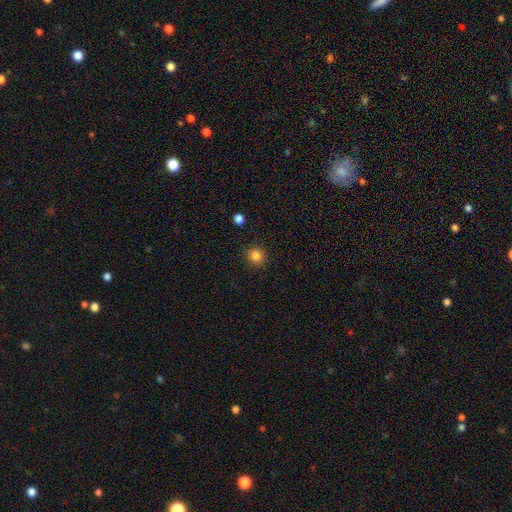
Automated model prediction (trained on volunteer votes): smooth 84%, star or artifact 12%, featured or disk 4%. Down the decision tree: how rounded — round (92%); merging — none (91%).